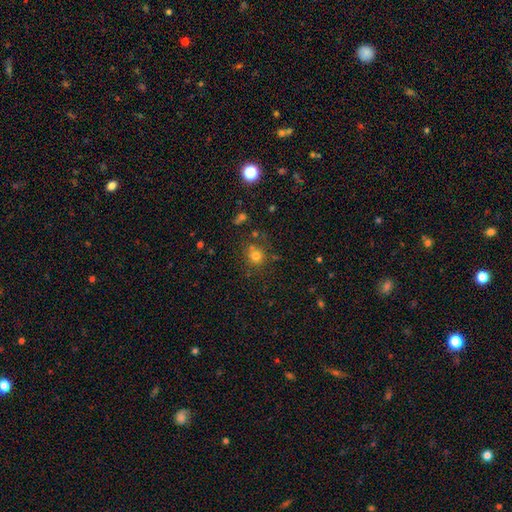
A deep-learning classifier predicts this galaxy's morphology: This is likely a smooth galaxy (75%). How rounded: clearly round (85%). Merging: likely none (72%).